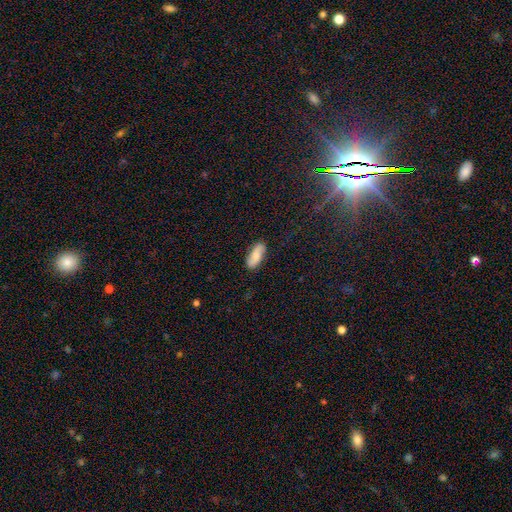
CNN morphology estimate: smooth_or_featured: smooth (p=0.68) [alt: featured or disk p=0.26]
how_rounded: in between (p=0.82) [alt: cigar-shaped p=0.16]
merging: none (p=0.84) [alt: minor disturbance p=0.13]